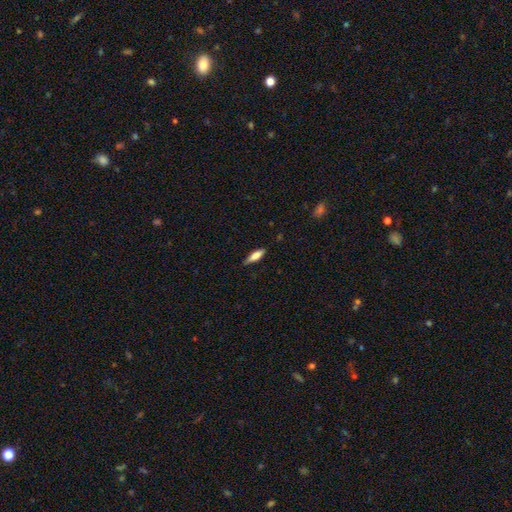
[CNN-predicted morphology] Smooth or featured? Predicted: smooth (p=0.68). How rounded? Predicted: in between (p=0.49). Merging? Predicted: none (p=0.80).